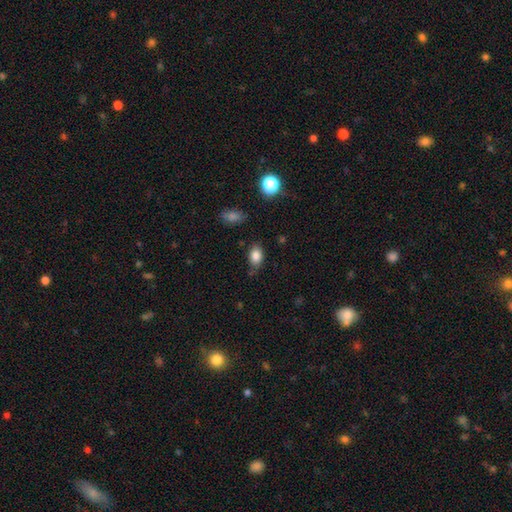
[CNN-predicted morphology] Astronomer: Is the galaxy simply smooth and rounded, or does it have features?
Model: smooth — 84%.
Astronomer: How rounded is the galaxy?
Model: in between — 82%.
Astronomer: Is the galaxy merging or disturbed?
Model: none — 70%.